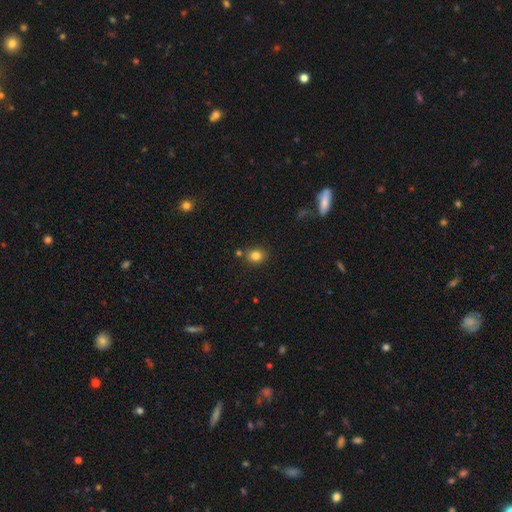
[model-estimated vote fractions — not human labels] This is clearly a smooth galaxy (81%). How rounded: likely round (65%). Merging: likely none (80%).